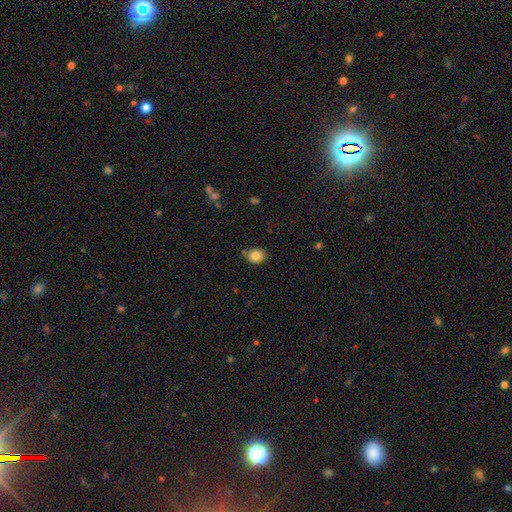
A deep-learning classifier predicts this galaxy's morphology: Smooth or featured?
  - smooth: 83% *
  - star or artifact: 9%
  - featured or disk: 7%
How rounded?
  - round: 59% *
  - in between: 40%
  - cigar-shaped: 1%
Merging?
  - none: 79% *
  - minor disturbance: 14%
  - merger: 5%
  - major disturbance: 3%